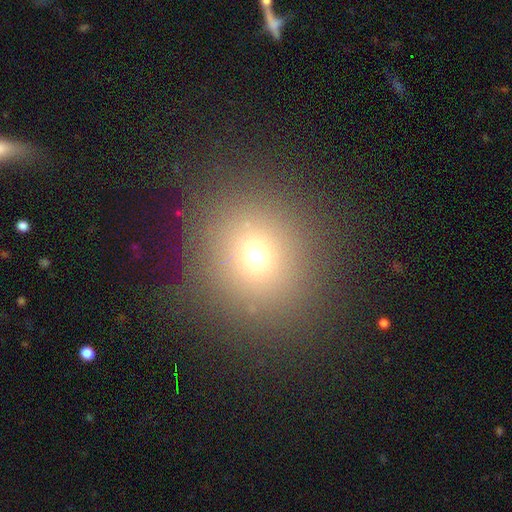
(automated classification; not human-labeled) Smooth or featured? smooth (68%)
How rounded? round (87%)
Merging? none (87%)